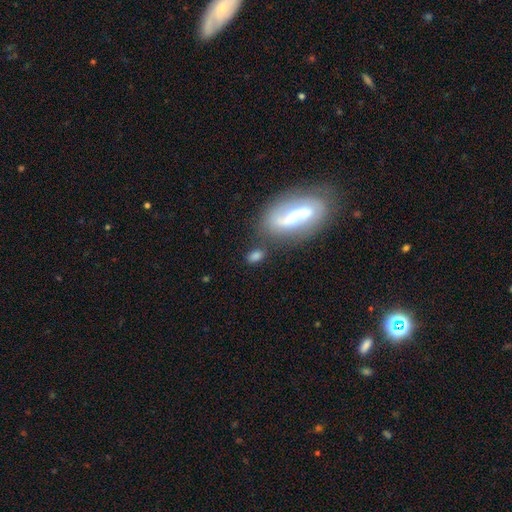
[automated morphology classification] This is likely a smooth galaxy (68%). How rounded: likely in between (77%). Merging: likely none (62%).